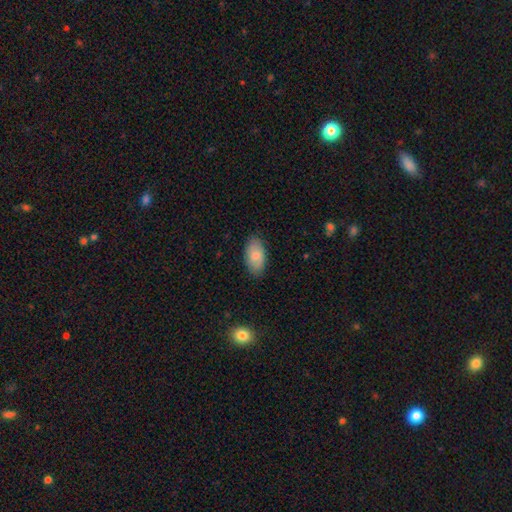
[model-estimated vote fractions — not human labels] This is clearly a smooth galaxy (82%). How rounded: clearly in between (94%). Merging: clearly none (83%).